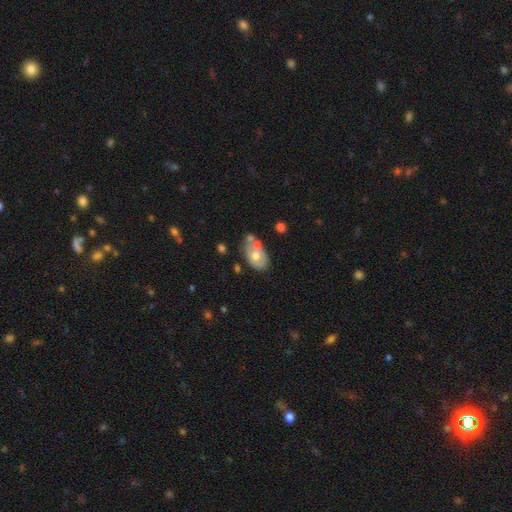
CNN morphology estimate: Smooth or featured? smooth (48%)
Merging? none (33%)